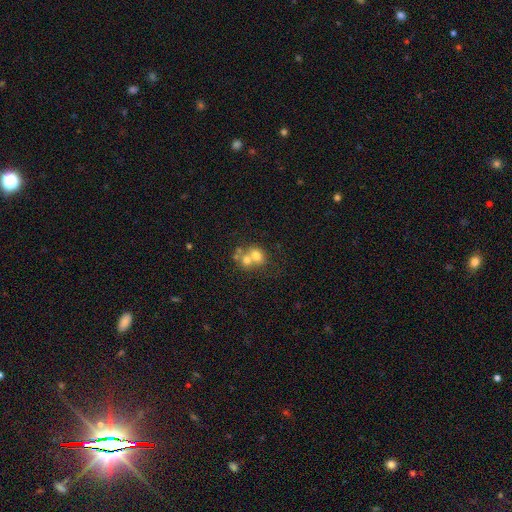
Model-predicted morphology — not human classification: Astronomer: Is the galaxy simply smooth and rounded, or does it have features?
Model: smooth — 65%.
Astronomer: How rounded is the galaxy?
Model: round — 69%.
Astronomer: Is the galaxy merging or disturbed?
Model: merger — 58%.